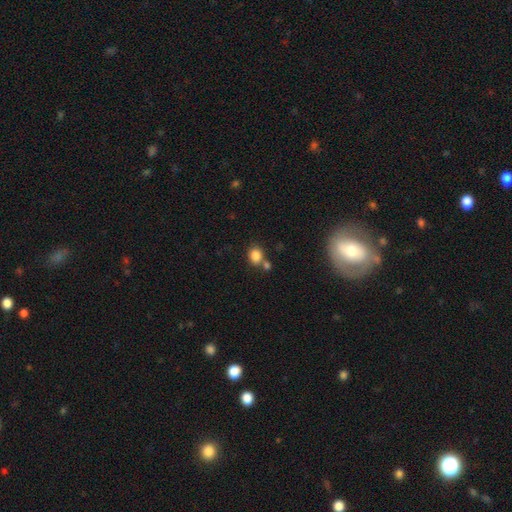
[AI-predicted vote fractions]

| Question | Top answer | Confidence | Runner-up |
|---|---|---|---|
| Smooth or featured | smooth | 84% | star or artifact (10%) |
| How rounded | round | 55% | in between (44%) |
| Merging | none | 59% | merger (24%) |